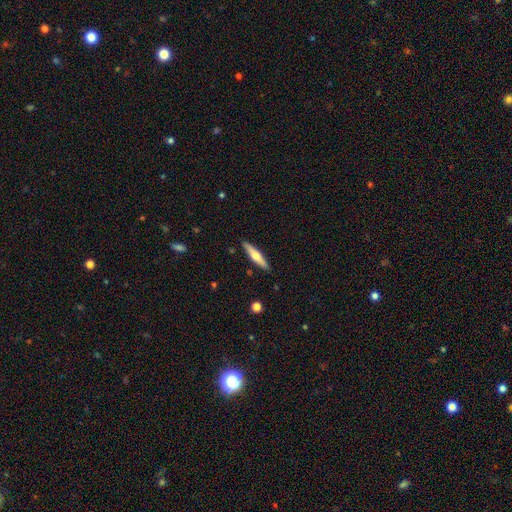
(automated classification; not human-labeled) Overall: featured or disk (48%; smooth 47%). Merging: none (90%).